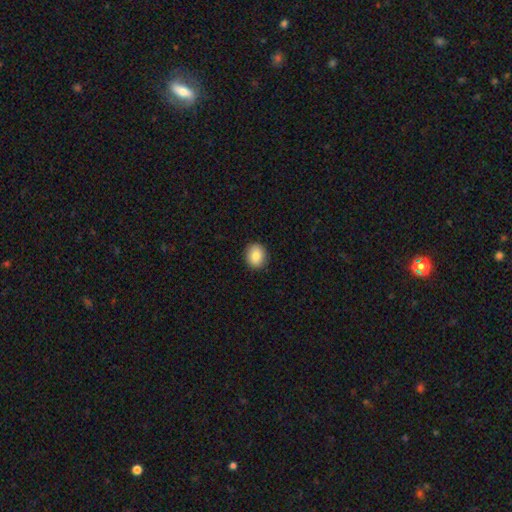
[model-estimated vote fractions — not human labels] A smooth galaxy with no disk features (85%) that is round (67%). Merging: none (90%).